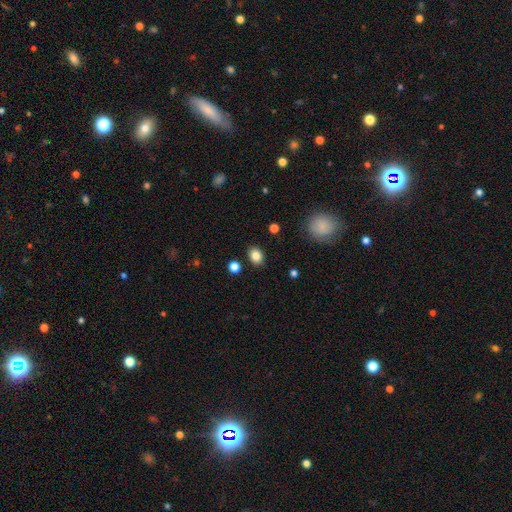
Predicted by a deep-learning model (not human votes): Smooth or featured? Predicted: smooth (p=0.84). How rounded? Predicted: in between (p=0.57). Merging? Predicted: none (p=0.86).